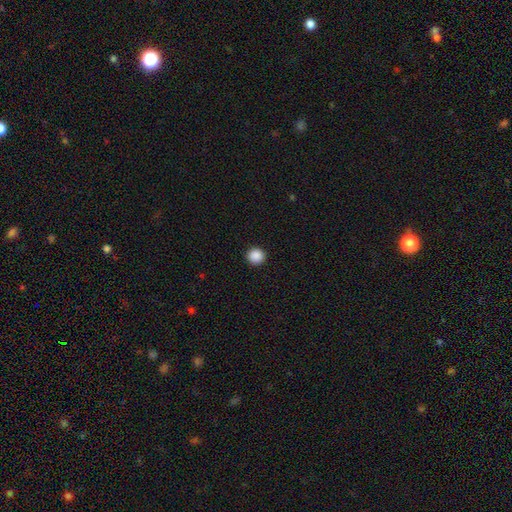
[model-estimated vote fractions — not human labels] A smooth galaxy with no disk features (89%) that is round (92%).

Vote fractions:
- Smooth or featured? smooth: 89% / star or artifact: 9% / featured or disk: 2%
- How rounded? round: 92% / in between: 7% / cigar-shaped: 1%
- Merging? none: 93% / minor disturbance: 5% / major disturbance: 2% / merger: 1%